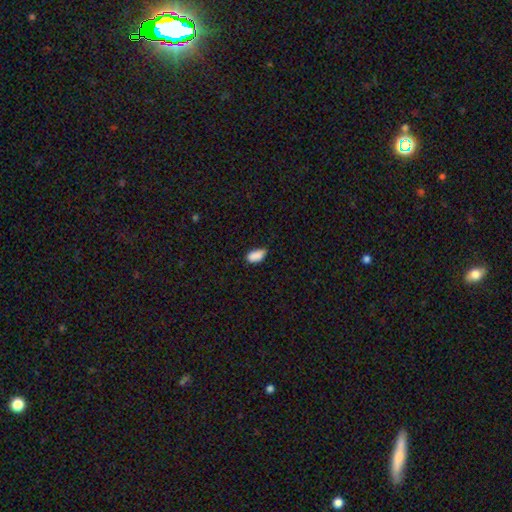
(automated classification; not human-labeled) Smooth or featured?
  - smooth: 86% *
  - star or artifact: 8%
  - featured or disk: 5%
How rounded?
  - in between: 92% *
  - cigar-shaped: 4%
  - round: 4%
Merging?
  - none: 55% *
  - minor disturbance: 36%
  - major disturbance: 6%
  - merger: 3%